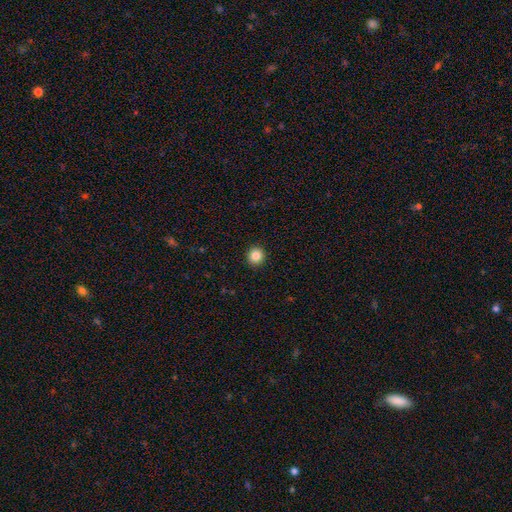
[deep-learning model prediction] This is clearly a smooth galaxy (85%). How rounded: clearly round (89%). Merging: clearly none (93%).